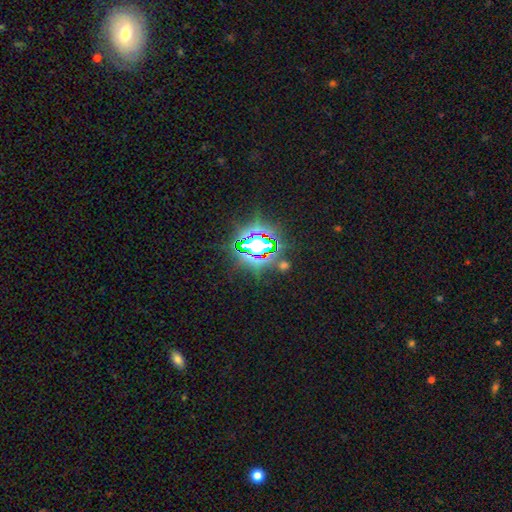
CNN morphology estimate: A star or artifact, not a galaxy (80%).

Vote fractions:
- Smooth or featured? star or artifact: 80% / smooth: 12% / featured or disk: 8%